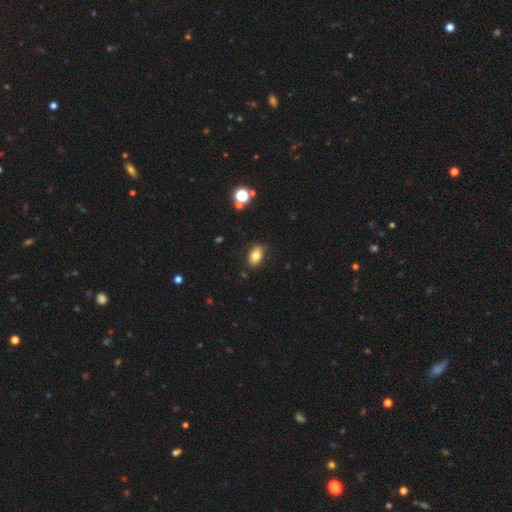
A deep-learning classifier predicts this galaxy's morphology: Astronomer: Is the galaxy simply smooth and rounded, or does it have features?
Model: smooth — 77%.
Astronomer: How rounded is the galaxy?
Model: in between — 88%.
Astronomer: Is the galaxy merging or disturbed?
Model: none — 79%.